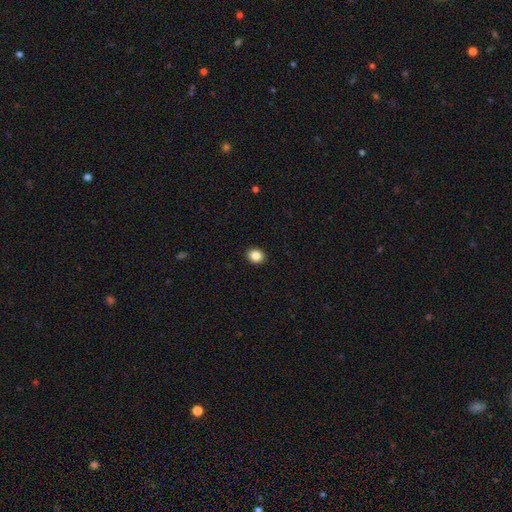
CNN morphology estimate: A smooth galaxy with no disk features (87%) that is round (63%).

Vote fractions:
- Smooth or featured? smooth: 87% / star or artifact: 9% / featured or disk: 4%
- How rounded? round: 63% / in between: 36% / cigar-shaped: 1%
- Merging? none: 92% / minor disturbance: 5% / major disturbance: 2% / merger: 1%